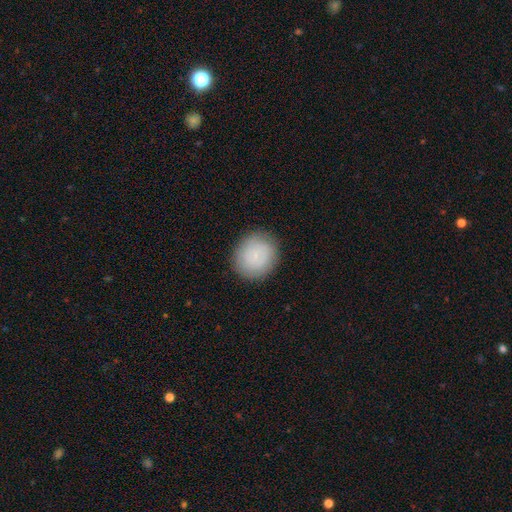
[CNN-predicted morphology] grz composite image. It shows a smooth galaxy with no disk features (79%) that is round (86%). Merging: none (88%).